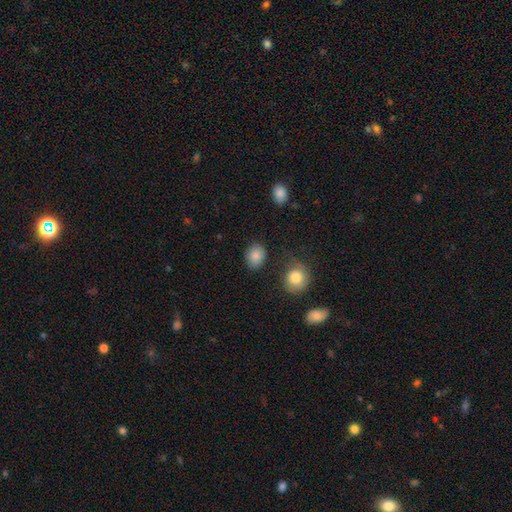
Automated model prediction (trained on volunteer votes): A smooth galaxy with no disk features (85%) that is round (51%). Merging: none (79%).